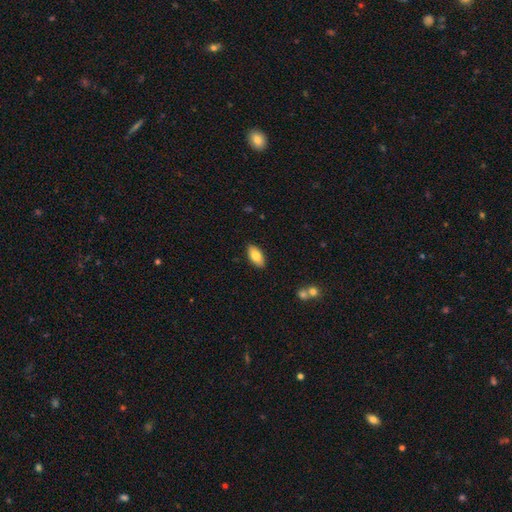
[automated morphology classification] Smooth or featured? Predicted: smooth (p=0.80). How rounded? Predicted: in between (p=0.91). Merging? Predicted: none (p=0.89).